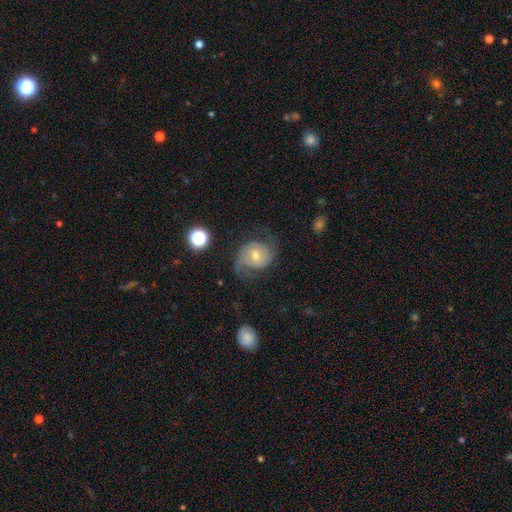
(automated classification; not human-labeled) smooth-or-featured: featured or disk: 76% | smooth: 15% | star or artifact: 9%
  disk-edge-on: no: 97% | yes: 3%
    bar: no: 61% | weak: 32% | strong: 6%
    has-spiral-arms: yes: 94% | no: 6%
      spiral-winding: medium: 46% | loose: 27% | tight: 27%
      spiral-arm-count: 2: 83% | can't tell: 7% | 3: 3% | 1: 3% | 4: 2% | more than 4: 1%
    bulge-size: moderate: 52% | small: 42% | large: 3% | none: 2% | dominant: 1%
  merging: none: 63% | minor disturbance: 19% | major disturbance: 16% | merger: 2%